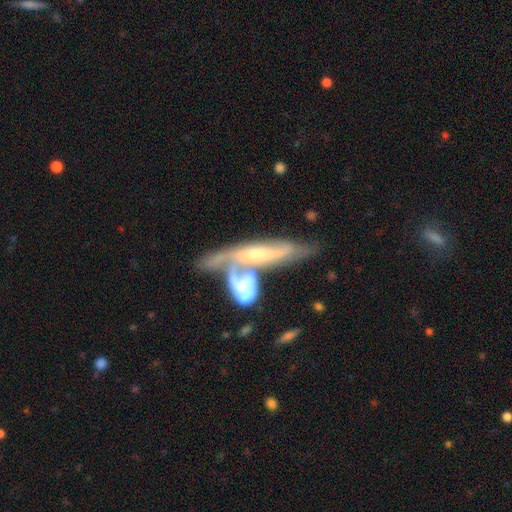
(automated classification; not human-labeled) Smooth or featured? Predicted: featured or disk (p=0.69). Edge-on disk? Predicted: no (p=0.65). Merging? Predicted: merger (p=0.70).